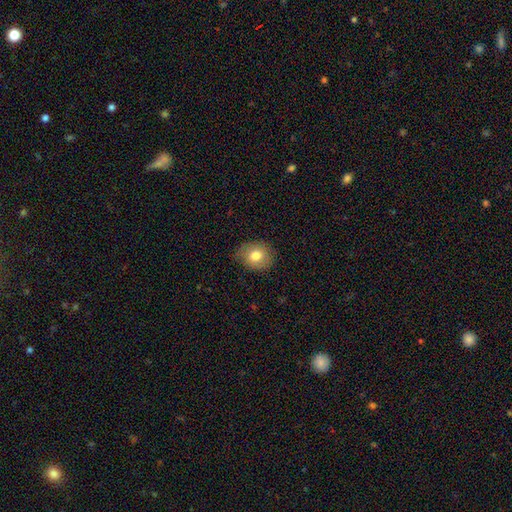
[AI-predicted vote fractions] A smooth galaxy with no disk features (77%) that is round (66%).

Vote fractions:
- Smooth or featured? smooth: 77% / featured or disk: 13% / star or artifact: 10%
- How rounded? round: 66% / in between: 33% / cigar-shaped: 1%
- Merging? none: 81% / minor disturbance: 15% / major disturbance: 3% / merger: 1%